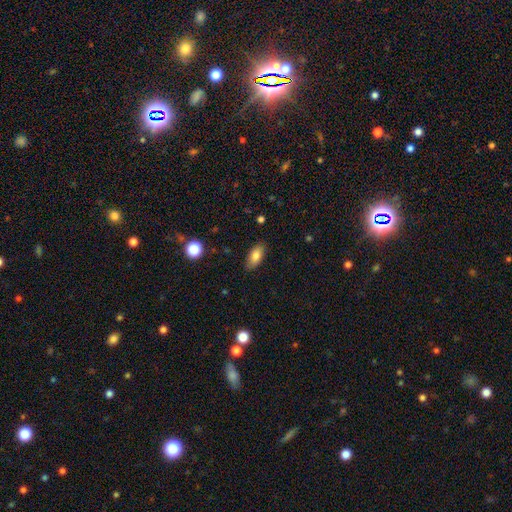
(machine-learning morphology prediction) Overall: smooth (81%). How rounded: in between (88%). Merging: none (85%).